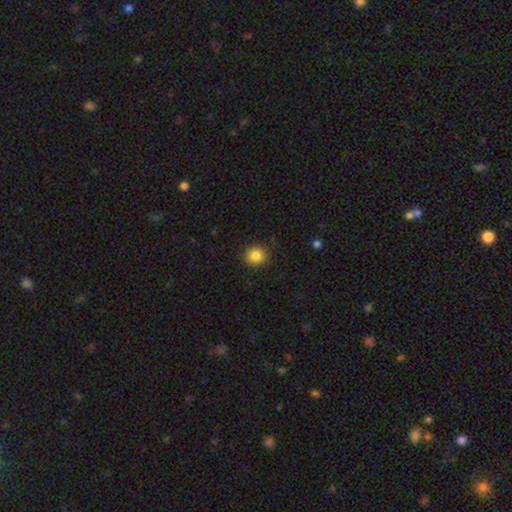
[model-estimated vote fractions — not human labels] smooth_or_featured: smooth (p=0.86) [alt: star or artifact p=0.10]
how_rounded: round (p=0.87) [alt: in between p=0.12]
merging: none (p=0.89) [alt: minor disturbance p=0.08]